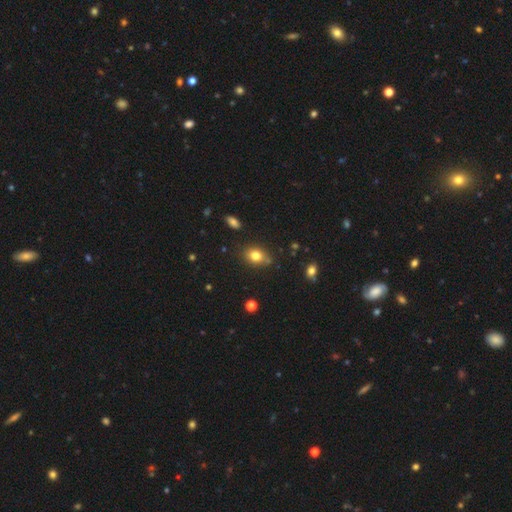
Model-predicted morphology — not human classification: A smooth galaxy with no disk features (79%) that is in between round and cigar-shaped (64%).

Vote fractions:
- Smooth or featured? smooth: 79% / star or artifact: 12% / featured or disk: 9%
- How rounded? in between: 64% / round: 34% / cigar-shaped: 2%
- Merging? none: 73% / minor disturbance: 19% / merger: 4% / major disturbance: 4%